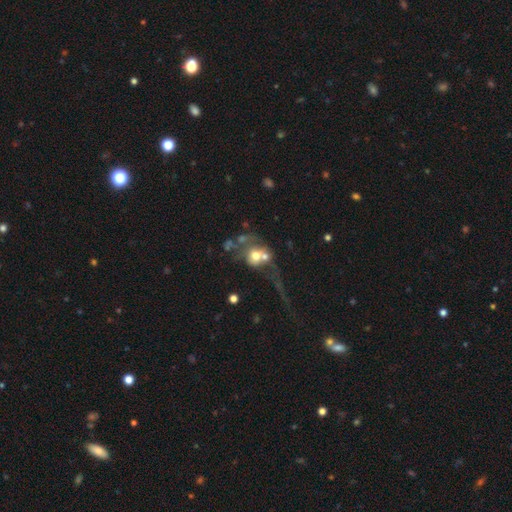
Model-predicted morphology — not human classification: smooth 51%, featured or disk 36%, star or artifact 13%. Down the decision tree: how rounded — round (68%); merging — merger (52%).